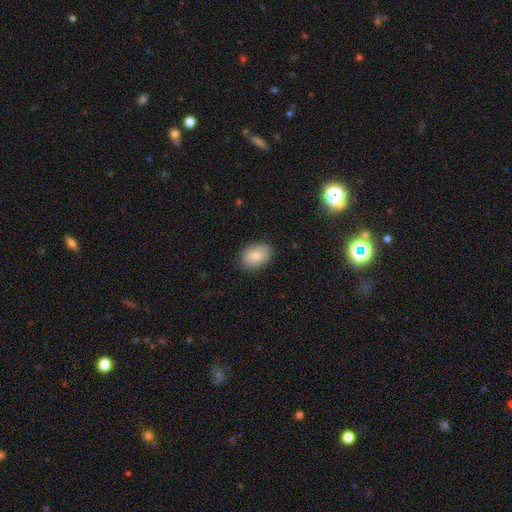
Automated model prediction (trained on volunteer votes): smooth_or_featured: smooth (p=0.83) [alt: featured or disk p=0.10]
how_rounded: in between (p=0.81) [alt: round p=0.17]
merging: none (p=0.85) [alt: minor disturbance p=0.12]